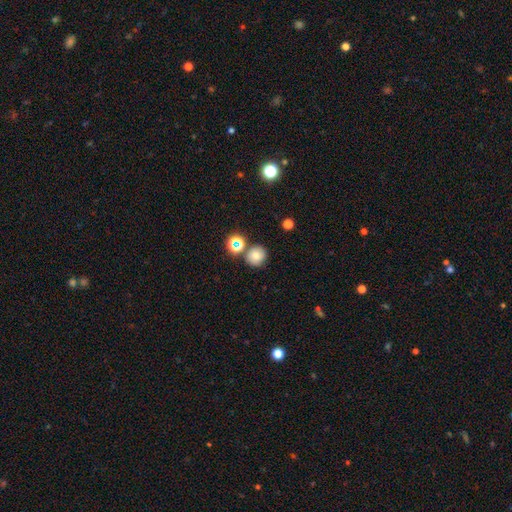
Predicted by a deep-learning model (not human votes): smooth 70%, star or artifact 18%, featured or disk 12%. Down the decision tree: how rounded — round (90%); merging — none (77%).